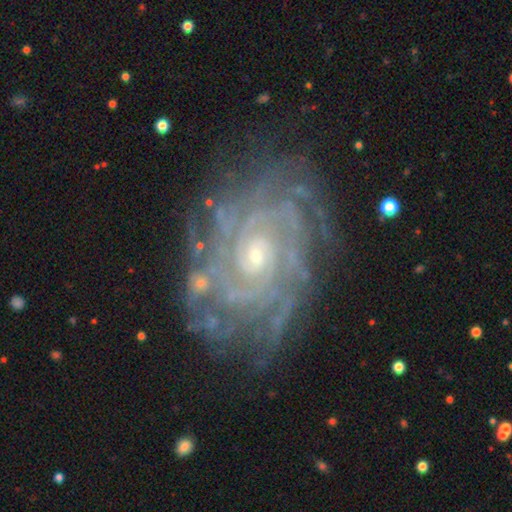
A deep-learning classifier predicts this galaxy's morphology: This is clearly a featured or disk galaxy (89%). It is clearly not viewed edge-on (97%). Bar: likely no (72%). Spiral arm pattern: clearly yes (97%). Spiral arm count: marginally can't tell (32%). Spiral winding: likely tight (78%). Central bulge: likely small (70%). Merging: likely none (78%).